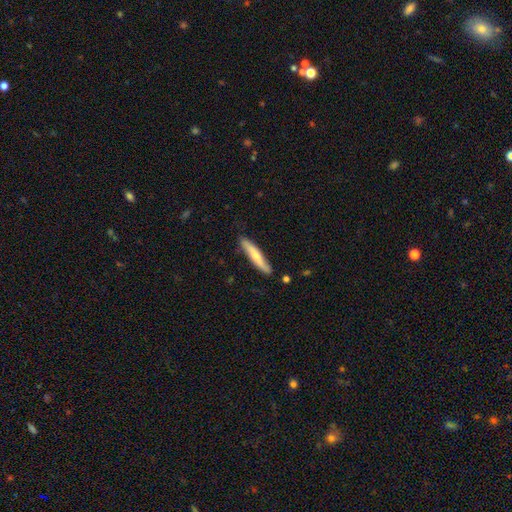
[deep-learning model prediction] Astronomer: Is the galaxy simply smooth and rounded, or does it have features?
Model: smooth — 61%.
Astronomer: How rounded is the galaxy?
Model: cigar-shaped — 90%.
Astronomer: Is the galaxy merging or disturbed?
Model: none — 84%.